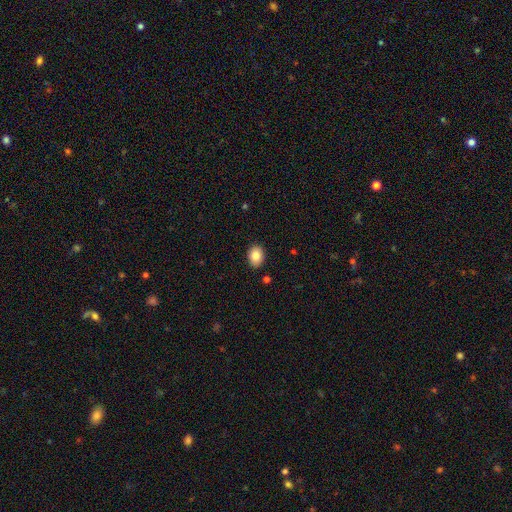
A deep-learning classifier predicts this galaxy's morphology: smooth_or_featured: smooth (p=0.84) [alt: featured or disk p=0.08]
how_rounded: in between (p=0.67) [alt: round p=0.32]
merging: none (p=0.89) [alt: minor disturbance p=0.07]